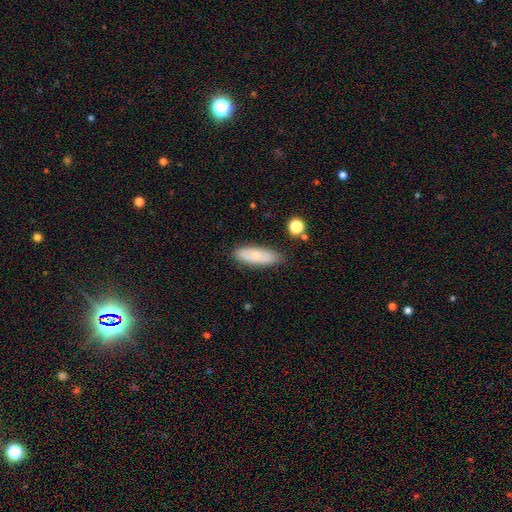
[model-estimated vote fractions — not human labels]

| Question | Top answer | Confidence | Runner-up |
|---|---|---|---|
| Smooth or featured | smooth | 66% | featured or disk (27%) |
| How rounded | in between | 65% | cigar-shaped (33%) |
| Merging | none | 81% | minor disturbance (14%) |